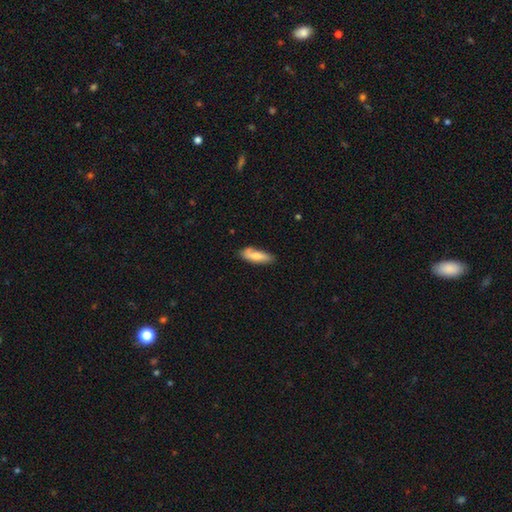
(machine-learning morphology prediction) A smooth galaxy with no disk features (78%) that is in between round and cigar-shaped (53%).

Vote fractions:
- Smooth or featured? smooth: 78% / featured or disk: 16% / star or artifact: 6%
- How rounded? in between: 53% / cigar-shaped: 45% / round: 2%
- Merging? none: 72% / minor disturbance: 22% / major disturbance: 4% / merger: 3%